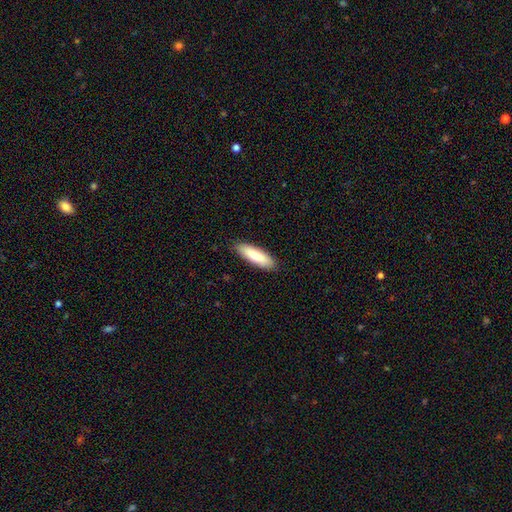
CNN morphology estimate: Overall: smooth (84%). How rounded: cigar-shaped (56%; in between 42%). Merging: none (89%).